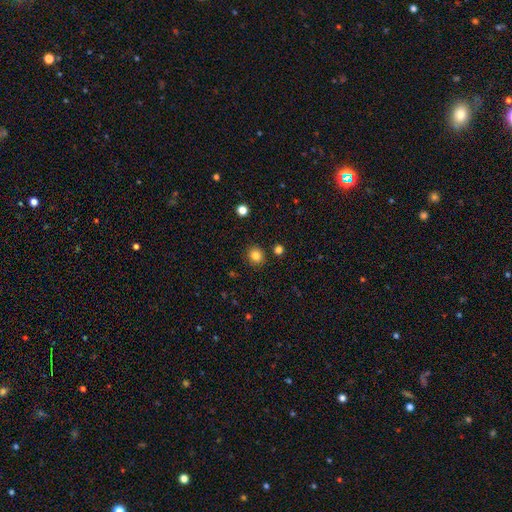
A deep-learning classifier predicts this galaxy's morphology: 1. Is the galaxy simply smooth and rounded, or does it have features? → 83% smooth, 12% star or artifact, 5% featured or disk.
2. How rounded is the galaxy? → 85% round, 14% in between, 1% cigar-shaped.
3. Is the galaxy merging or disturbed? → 87% none, 7% minor disturbance, 3% merger, 2% major disturbance.